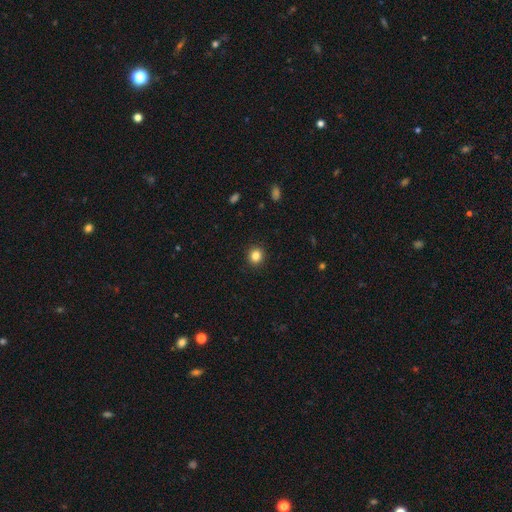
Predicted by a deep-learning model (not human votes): The model was most divided on "smooth or featured": smooth: 85%, star or artifact: 11%, featured or disk: 5%. More confident: merging — none (92%); how rounded — round (87%).